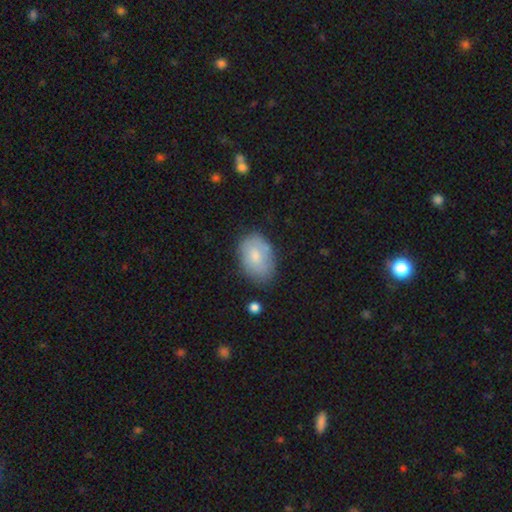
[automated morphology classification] Q: Smooth or featured?
A: smooth (72%); runner-up: featured or disk (22%)
Q: How rounded?
A: in between (86%); runner-up: round (13%)
Q: Merging?
A: none (69%); runner-up: minor disturbance (23%)